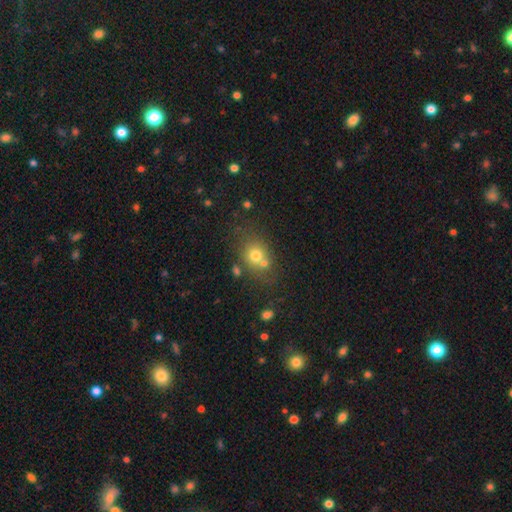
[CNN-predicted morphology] Overall: smooth (70%). How rounded: round (59%; in between 40%). Merging: none (54%; merger 27%).